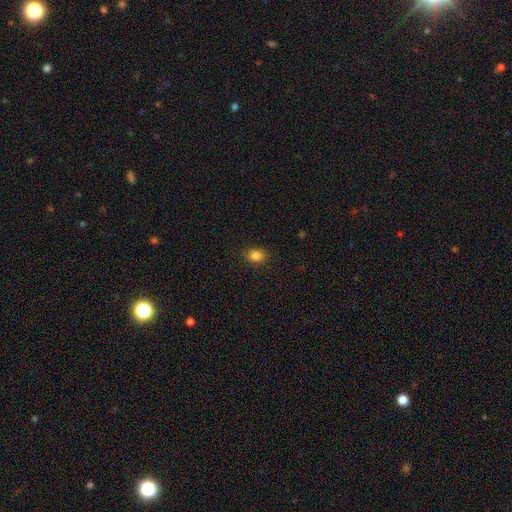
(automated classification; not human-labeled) Morphology: type=smooth (84%); roundness=in between (61%); merging=none (88%).